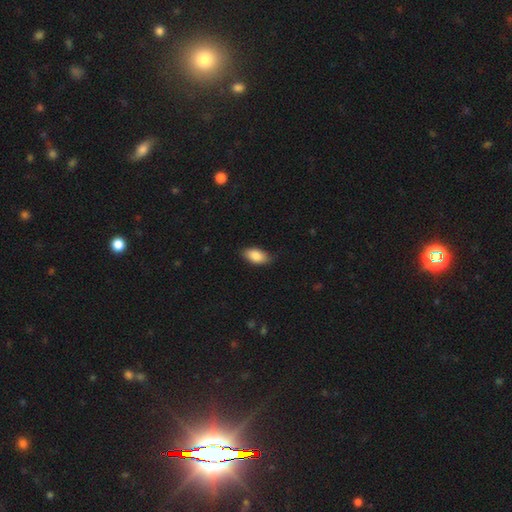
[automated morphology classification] A smooth galaxy with no disk features (86%) that is in between round and cigar-shaped (92%). Merging: none (77%).